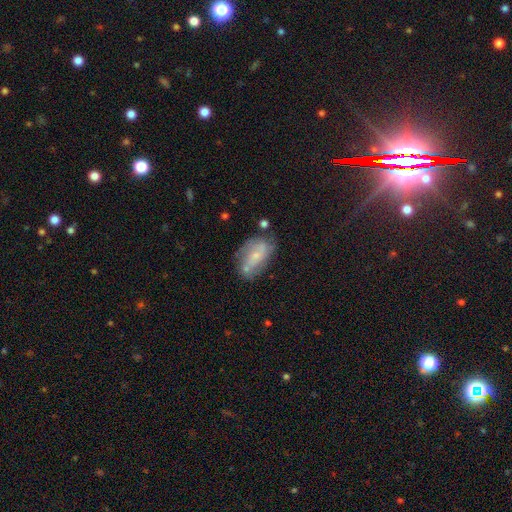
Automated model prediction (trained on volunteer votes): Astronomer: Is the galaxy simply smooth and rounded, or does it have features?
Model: featured or disk — 53% (runner-up: smooth, 38%).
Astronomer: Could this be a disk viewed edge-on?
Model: no — 93%.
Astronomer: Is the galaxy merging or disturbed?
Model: none — 51%.